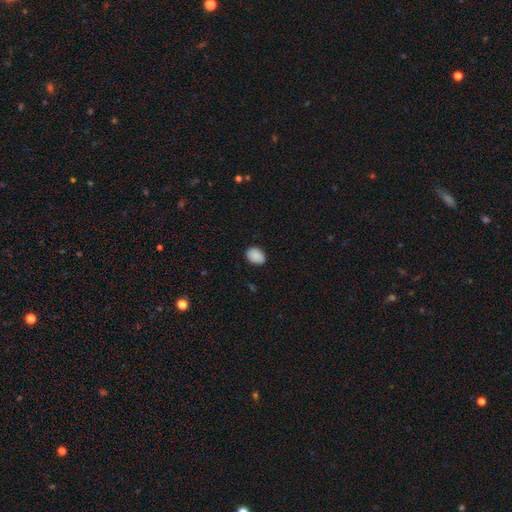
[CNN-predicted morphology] smooth-or-featured: smooth: 90% | star or artifact: 7% | featured or disk: 3%
  how-rounded: in between: 75% | round: 24% | cigar-shaped: 1%
  merging: none: 86% | minor disturbance: 11% | major disturbance: 2% | merger: 1%